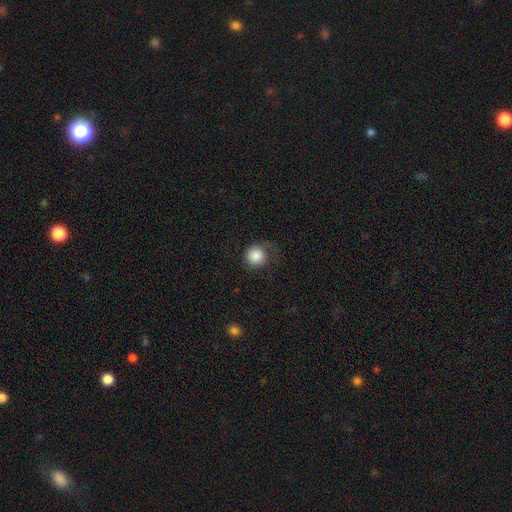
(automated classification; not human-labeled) Smooth or featured: smooth — 82% (featured or disk — 10%)
How rounded: round — 91% (in between — 8%)
Merging: none — 58% (minor disturbance — 21%)